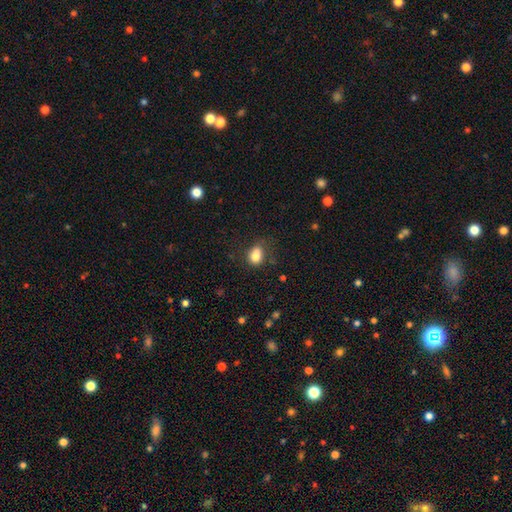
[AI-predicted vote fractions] smooth 83%, star or artifact 10%, featured or disk 7%. Down the decision tree: how rounded — in between (69%); merging — none (59%).